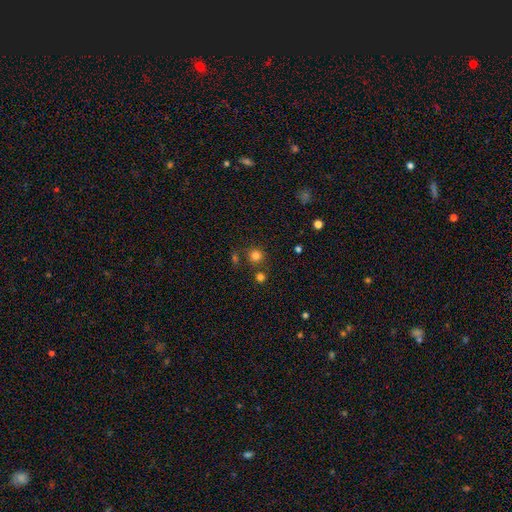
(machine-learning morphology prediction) smooth_or_featured: smooth (p=0.78) [alt: star or artifact p=0.17]
how_rounded: round (p=0.93) [alt: in between p=0.06]
merging: none (p=0.79) [alt: merger p=0.10]